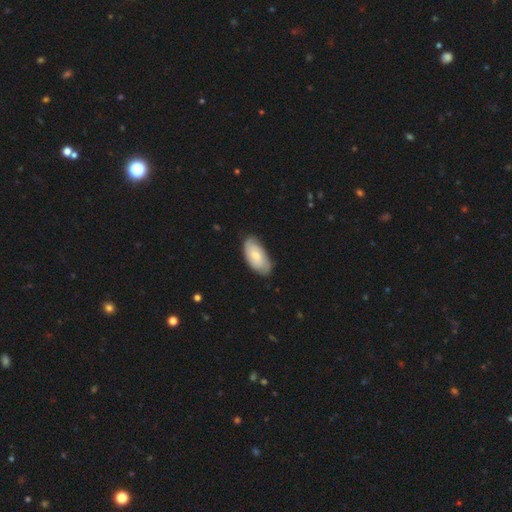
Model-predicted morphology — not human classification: A smooth galaxy with no disk features (53%) that is in between round and cigar-shaped (93%).

Vote fractions:
- Smooth or featured? smooth: 53% / featured or disk: 42% / star or artifact: 5%
- How rounded? in between: 93% / cigar-shaped: 5% / round: 2%
- Merging? none: 76% / minor disturbance: 19% / major disturbance: 4% / merger: 1%